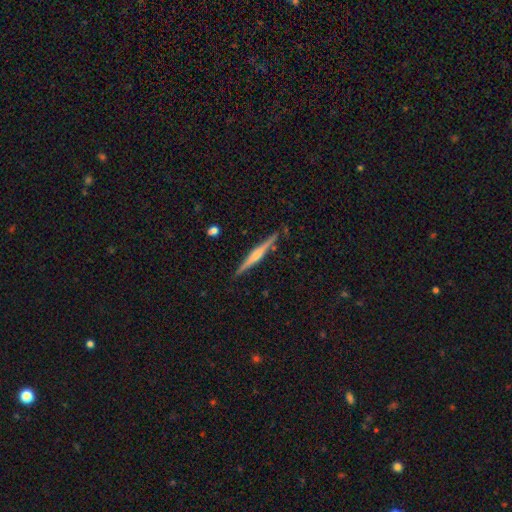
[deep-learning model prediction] Morphology: type=featured or disk (76%); edge-on=yes (98%); edge-on bulge=rounded (77%); merging=none (90%).